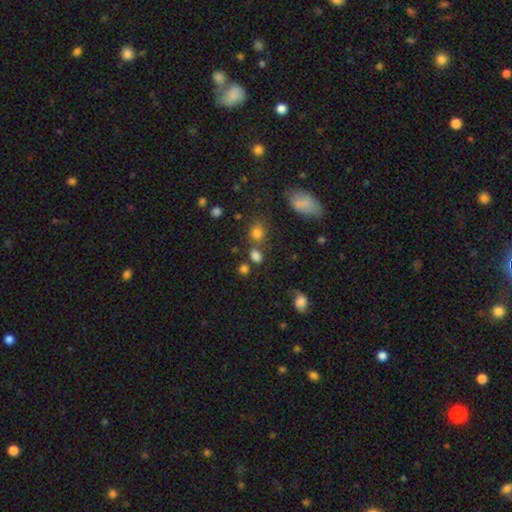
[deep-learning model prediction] This is likely a smooth galaxy (77%). How rounded: possibly round (58%). Merging: likely none (61%).